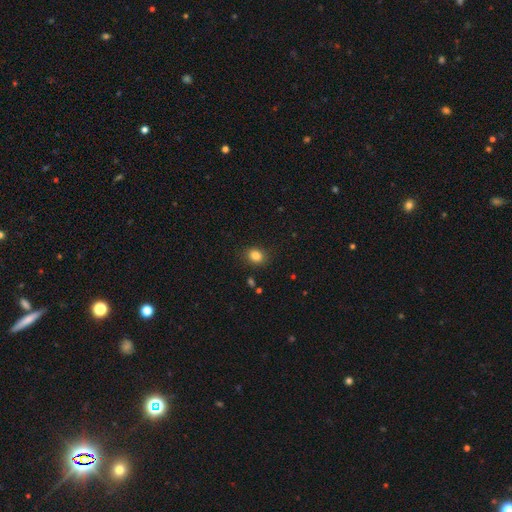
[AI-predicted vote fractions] A smooth galaxy with no disk features (84%) that is round (57%).

Vote fractions:
- Smooth or featured? smooth: 84% / star or artifact: 11% / featured or disk: 5%
- How rounded? round: 57% / in between: 42% / cigar-shaped: 1%
- Merging? none: 86% / minor disturbance: 9% / major disturbance: 3% / merger: 2%